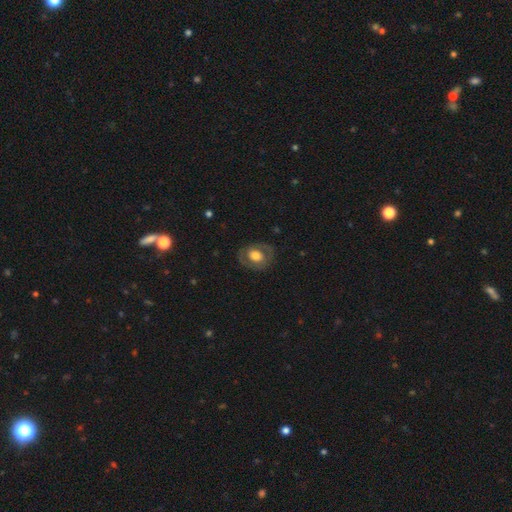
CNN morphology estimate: Smooth or featured? Predicted: featured or disk (p=0.47, tied with smooth). Merging? Predicted: none (p=0.78).